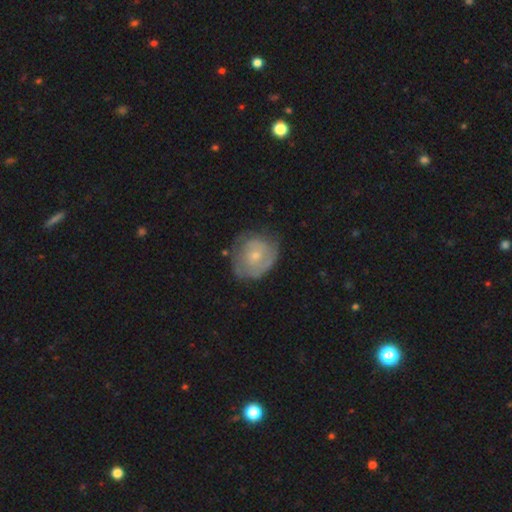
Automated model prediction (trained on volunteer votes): This appears to be a featured or disk galaxy (56%) with no bar (78%), spiral arms (66%) and a small central bulge (56%). Merging: none (61%).